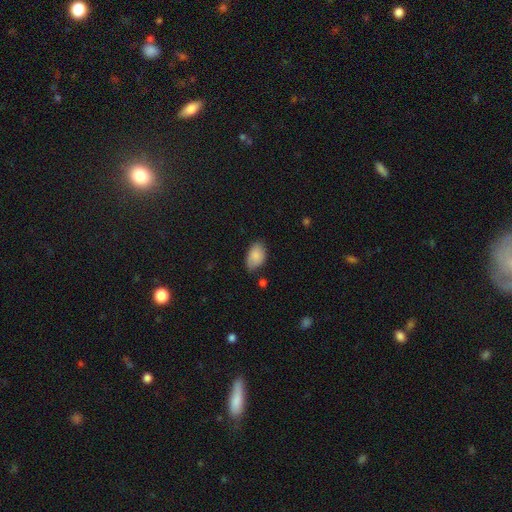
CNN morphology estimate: A smooth galaxy with no disk features (87%) that is in between round and cigar-shaped (91%). Merging: none (68%).